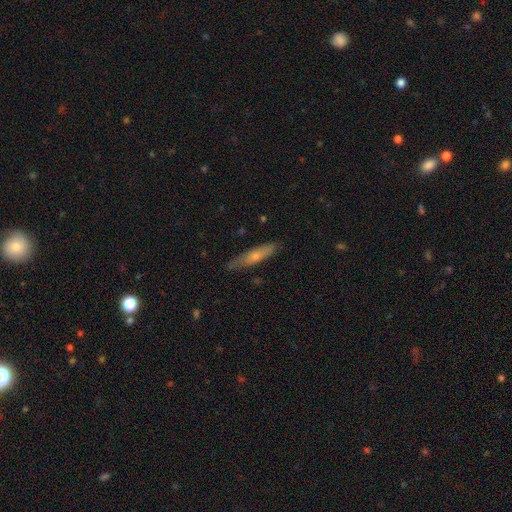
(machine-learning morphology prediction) smooth-or-featured: smooth: 49% | featured or disk: 44% | star or artifact: 6%
  merging: none: 84% | minor disturbance: 13% | major disturbance: 2% | merger: 1%